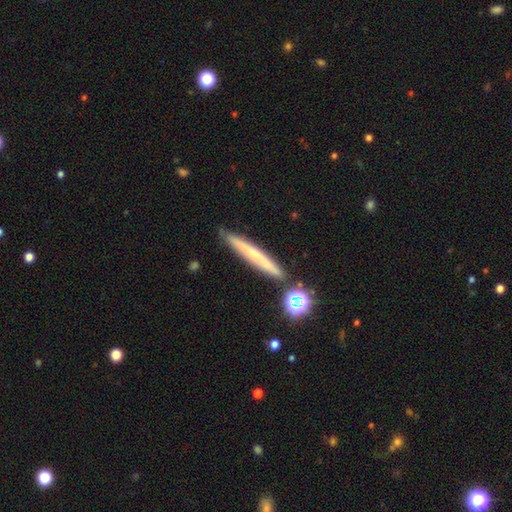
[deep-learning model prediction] smooth-or-featured: smooth: 52% | featured or disk: 37% | star or artifact: 11%
  how-rounded: cigar-shaped: 94% | in between: 3% | round: 2%
  merging: none: 83% | minor disturbance: 10% | merger: 4% | major disturbance: 2%